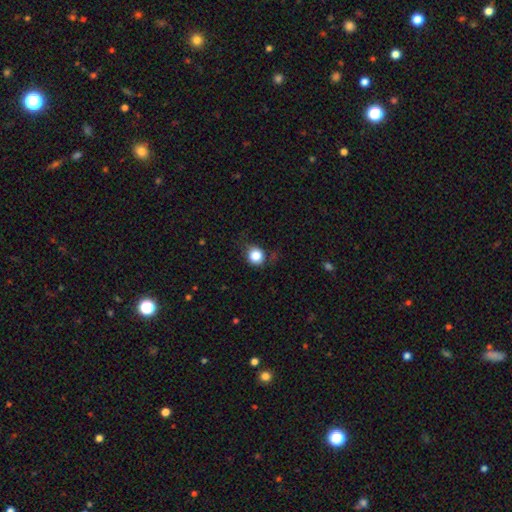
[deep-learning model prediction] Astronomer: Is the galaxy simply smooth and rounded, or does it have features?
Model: smooth — 84%.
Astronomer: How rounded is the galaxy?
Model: round — 86%.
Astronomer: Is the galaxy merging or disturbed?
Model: none — 70%.